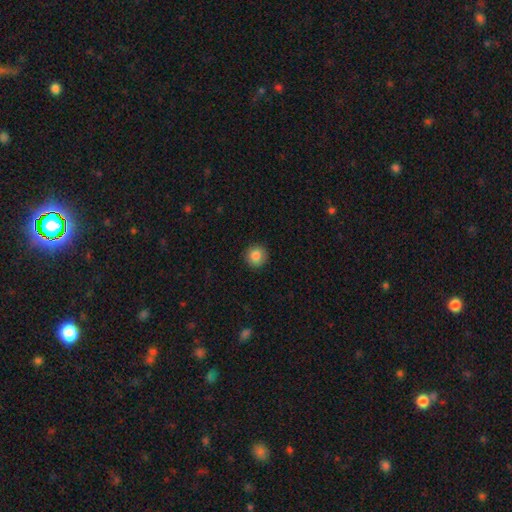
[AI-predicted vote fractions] Smooth or featured? Predicted: smooth (p=0.85). How rounded? Predicted: round (p=0.94). Merging? Predicted: none (p=0.91).